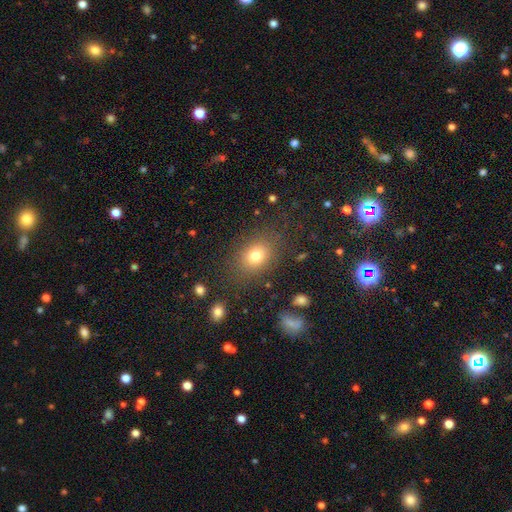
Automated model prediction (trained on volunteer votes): A smooth galaxy with no disk features (77%) that is in between round and cigar-shaped (60%). Merging: none (80%).